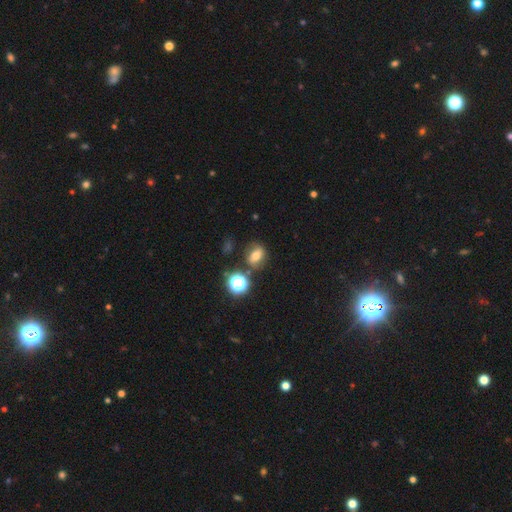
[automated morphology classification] Q: Smooth or featured?
A: smooth (59%); runner-up: featured or disk (21%)
Q: How rounded?
A: in between (55%); runner-up: round (42%)
Q: Merging?
A: none (72%); runner-up: minor disturbance (15%)